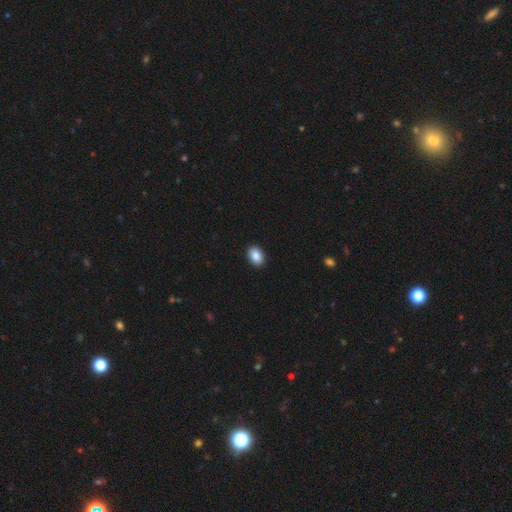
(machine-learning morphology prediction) This appears to be a smooth galaxy with no disk features (88%) that is in between round and cigar-shaped (78%). Merging: none (92%).